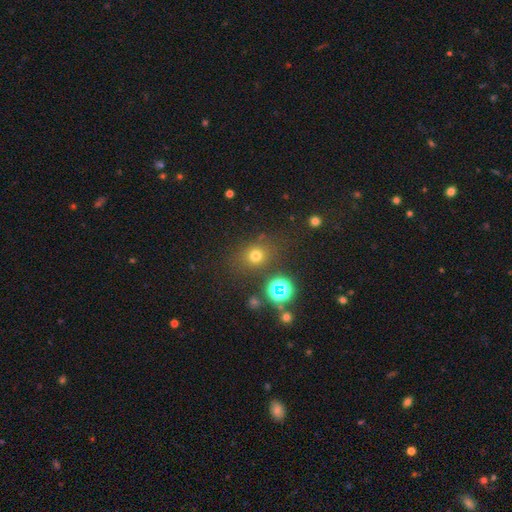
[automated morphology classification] Q: Smooth or featured?
A: smooth (68%); runner-up: star or artifact (25%)
Q: How rounded?
A: round (77%); runner-up: in between (22%)
Q: Merging?
A: none (79%); runner-up: minor disturbance (11%)